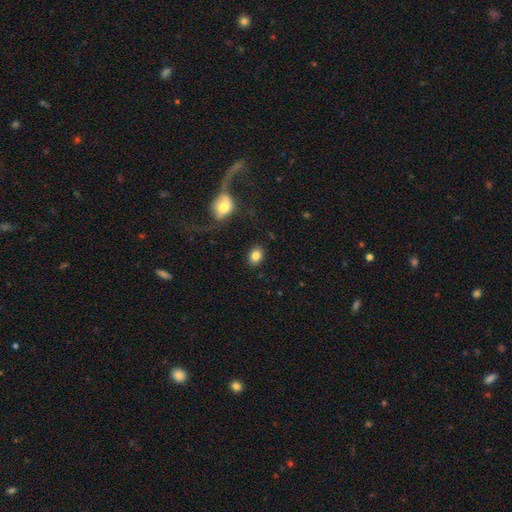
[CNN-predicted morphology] This appears to be a smooth galaxy with no disk features (83%) that is in between round and cigar-shaped (56%). Merging: none (86%).